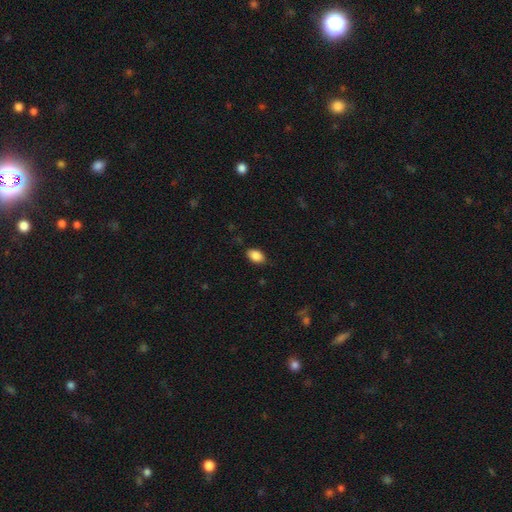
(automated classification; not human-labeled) This appears to be a smooth galaxy with no disk features (88%) that is in between round and cigar-shaped (90%). Merging: none (83%).